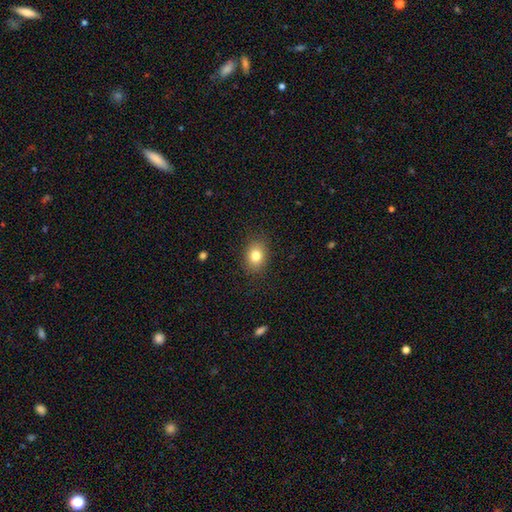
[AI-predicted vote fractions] smooth 81%, star or artifact 10%, featured or disk 9%. Down the decision tree: how rounded — in between (63%); merging — none (87%).